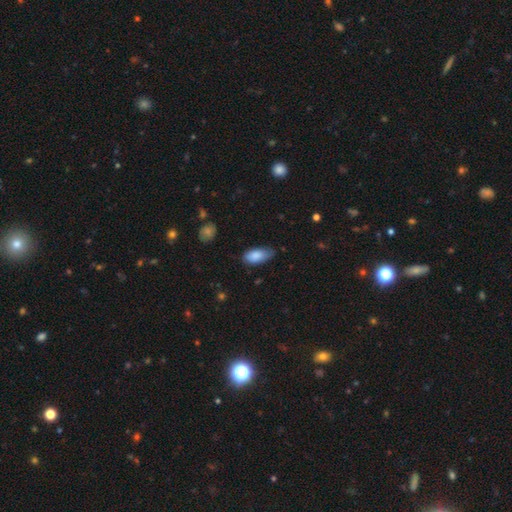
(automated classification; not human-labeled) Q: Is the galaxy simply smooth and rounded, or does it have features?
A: smooth — 85%.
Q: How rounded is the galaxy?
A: in between — 91%.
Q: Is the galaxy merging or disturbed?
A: none — 61%.